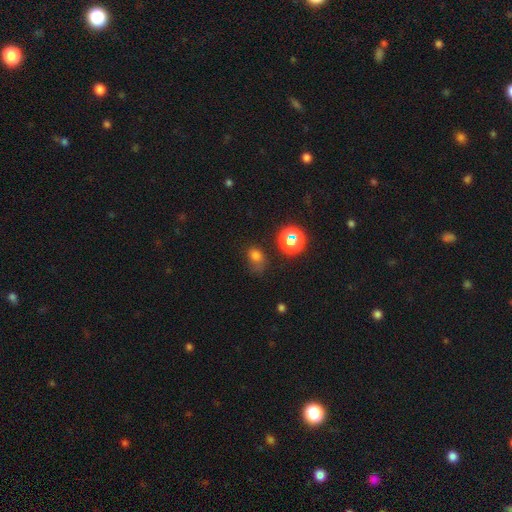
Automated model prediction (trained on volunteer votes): This is likely a smooth galaxy (72%). How rounded: possibly in between (53%). Merging: possibly none (48%).